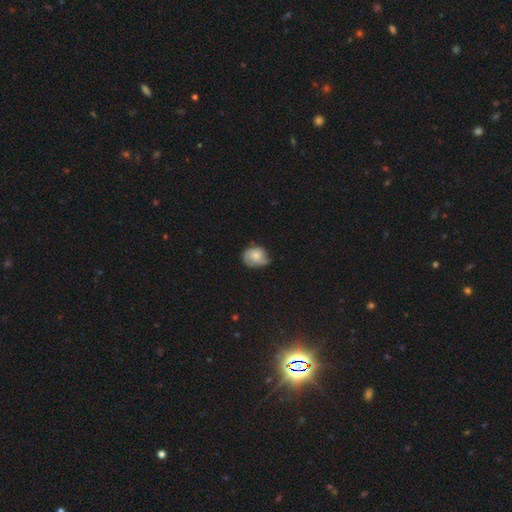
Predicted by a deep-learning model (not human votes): Overall: smooth (53%; featured or disk 39%). How rounded: round (55%; in between 44%). Merging: none (49%; minor disturbance 36%).